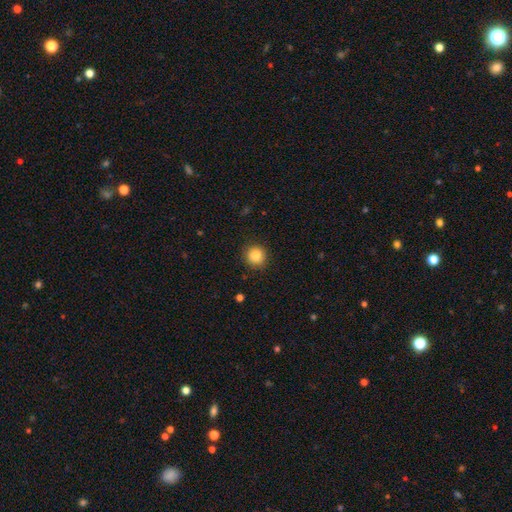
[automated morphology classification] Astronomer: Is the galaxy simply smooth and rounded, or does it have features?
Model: smooth — 85%.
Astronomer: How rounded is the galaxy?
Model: round — 92%.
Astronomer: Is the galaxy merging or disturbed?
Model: none — 88%.